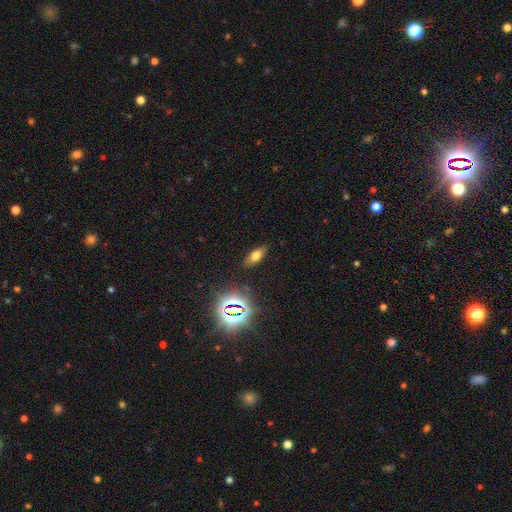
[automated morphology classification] The model was most divided on "smooth or featured": smooth: 63%, star or artifact: 20%, featured or disk: 16%. More confident: merging — none (86%); how rounded — in between (78%).